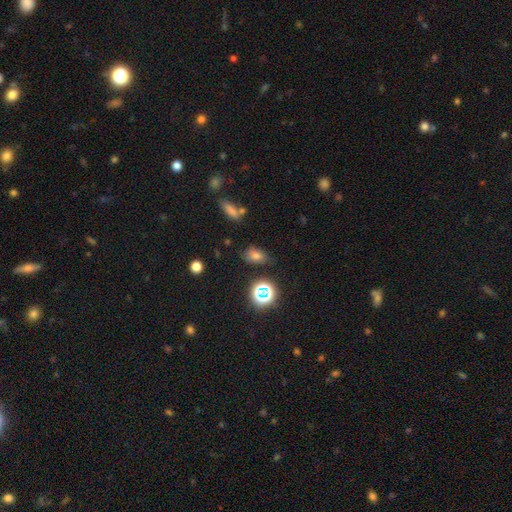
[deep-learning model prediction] Smooth or featured?
  - smooth: 67% *
  - star or artifact: 23%
  - featured or disk: 11%
How rounded?
  - in between: 79% *
  - round: 18%
  - cigar-shaped: 3%
Merging?
  - none: 72% *
  - minor disturbance: 18%
  - major disturbance: 5%
  - merger: 5%